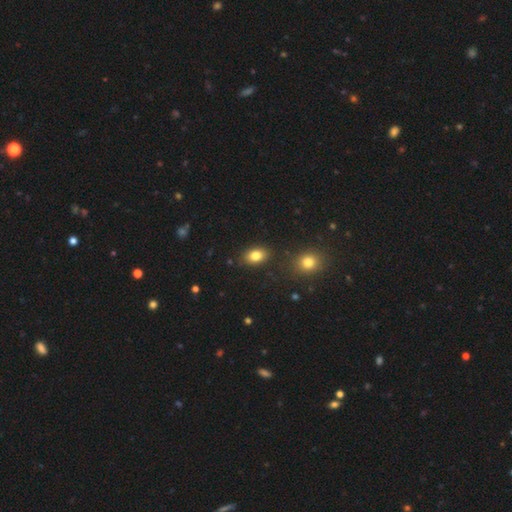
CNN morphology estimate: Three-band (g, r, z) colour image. It shows a smooth galaxy with no disk features (83%) that is in between round and cigar-shaped (81%). Merging: none (84%).